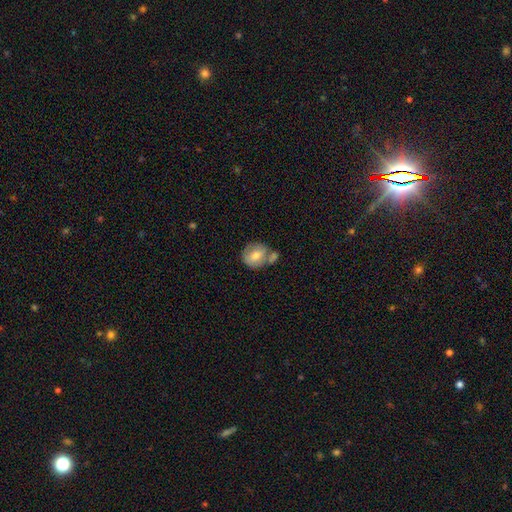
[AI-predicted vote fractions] A smooth galaxy with no disk features (68%) that is round (69%).

Vote fractions:
- Smooth or featured? smooth: 68% / featured or disk: 25% / star or artifact: 7%
- How rounded? round: 69% / in between: 30% / cigar-shaped: 1%
- Merging? none: 43% / merger: 36% / minor disturbance: 16% / major disturbance: 6%